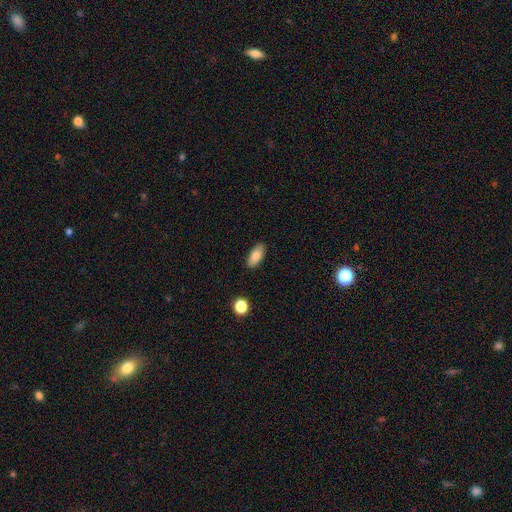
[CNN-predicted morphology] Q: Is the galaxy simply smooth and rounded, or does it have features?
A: smooth — 81%.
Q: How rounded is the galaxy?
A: in between — 88%.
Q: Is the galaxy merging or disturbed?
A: none — 88%.